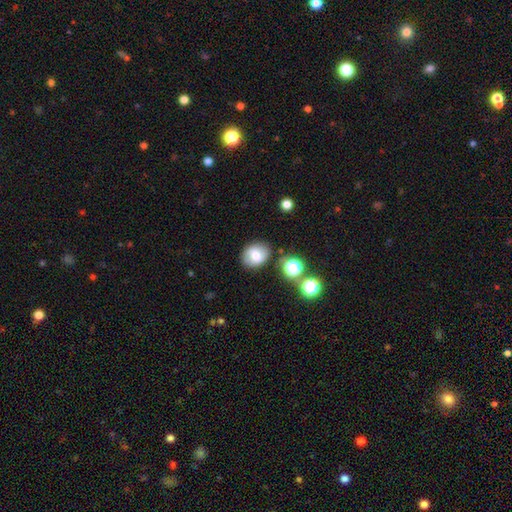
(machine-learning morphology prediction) The model was most divided on "how rounded": round: 55%, in between: 44%, cigar-shaped: 1%. More confident: merging — none (81%); smooth or featured — smooth (69%).